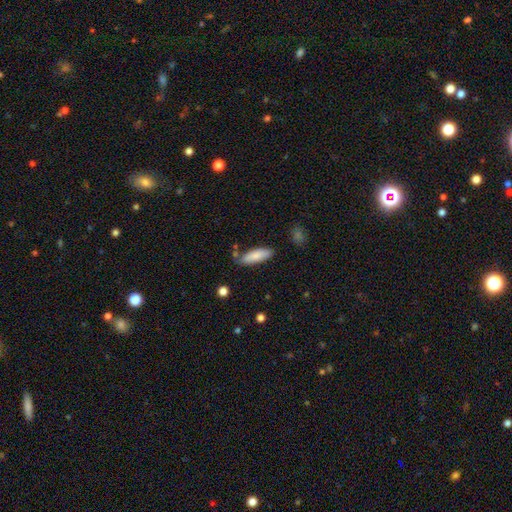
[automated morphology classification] Smooth or featured? Predicted: smooth (p=0.83). How rounded? Predicted: in between (p=0.58). Merging? Predicted: none (p=0.75).